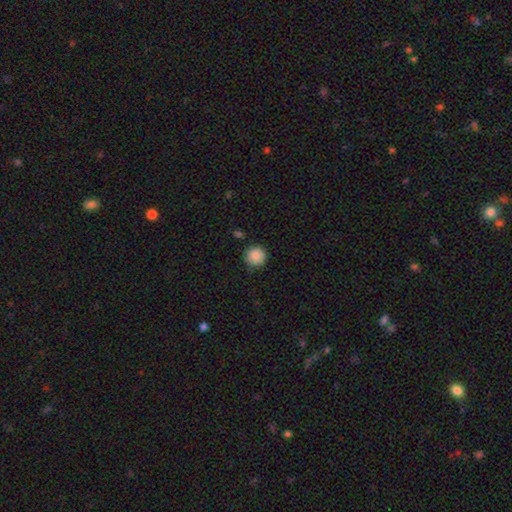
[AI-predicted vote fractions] Smooth or featured? Predicted: smooth (p=0.88). How rounded? Predicted: round (p=0.95). Merging? Predicted: none (p=0.85).